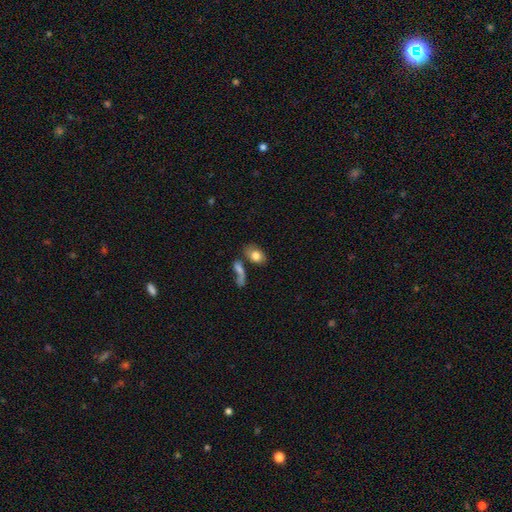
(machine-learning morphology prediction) Smooth or featured? smooth (78%)
How rounded? in between (85%)
Merging? none (50%)